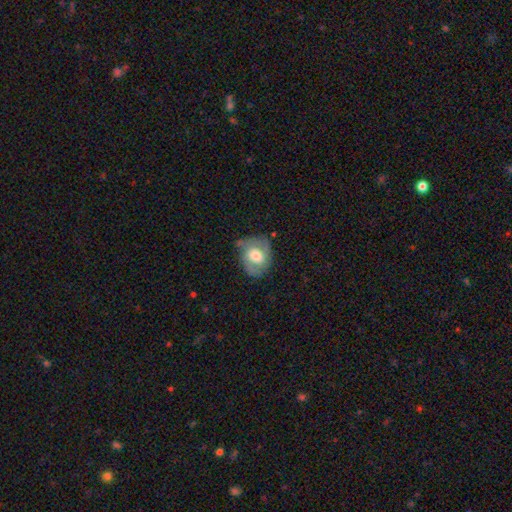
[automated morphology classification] smooth_or_featured: featured or disk (p=0.53) [alt: smooth p=0.40]
disk_edge_on: no (p=0.96) [alt: yes p=0.04]
bar: no (p=0.60) [alt: weak p=0.32]
has_spiral_arms: yes (p=0.73) [alt: no p=0.27]
bulge_size: moderate (p=0.56) [alt: large p=0.30]
merging: none (p=0.59) [alt: minor disturbance p=0.28]